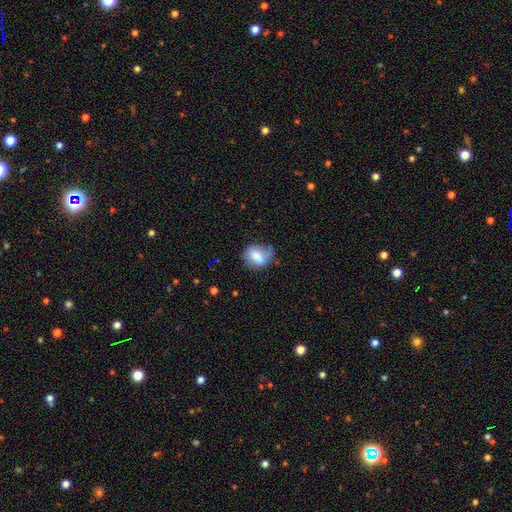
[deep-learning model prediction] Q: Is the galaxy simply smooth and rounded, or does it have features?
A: smooth — 72%.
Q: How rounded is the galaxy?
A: round — 50%.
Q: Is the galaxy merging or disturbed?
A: none — 60%.